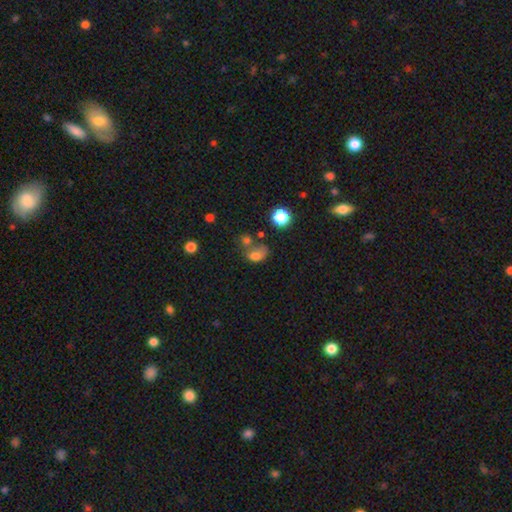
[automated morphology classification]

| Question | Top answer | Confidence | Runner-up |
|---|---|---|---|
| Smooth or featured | smooth | 69% | star or artifact (16%) |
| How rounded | in between | 64% | round (34%) |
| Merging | merger | 33% | none (25%) |